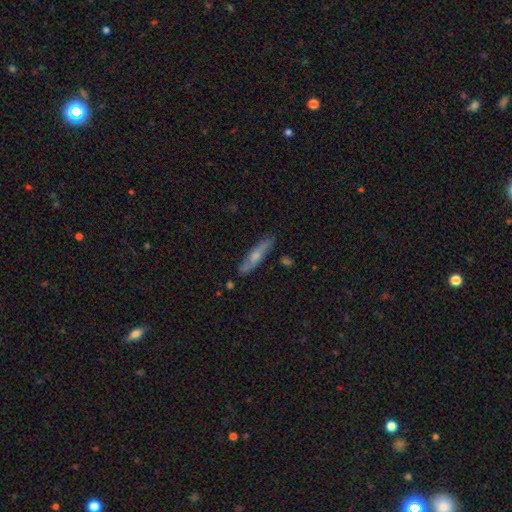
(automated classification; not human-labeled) Smooth or featured? Predicted: smooth (p=0.48). Merging? Predicted: none (p=0.82).